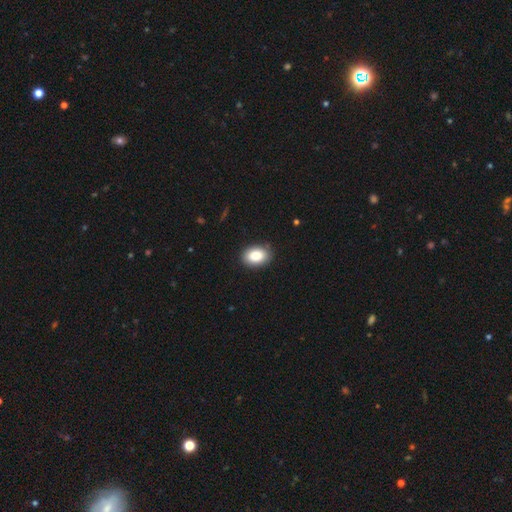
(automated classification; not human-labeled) smooth 85%, star or artifact 8%, featured or disk 7%. Down the decision tree: how rounded — in between (80%); merging — none (87%).